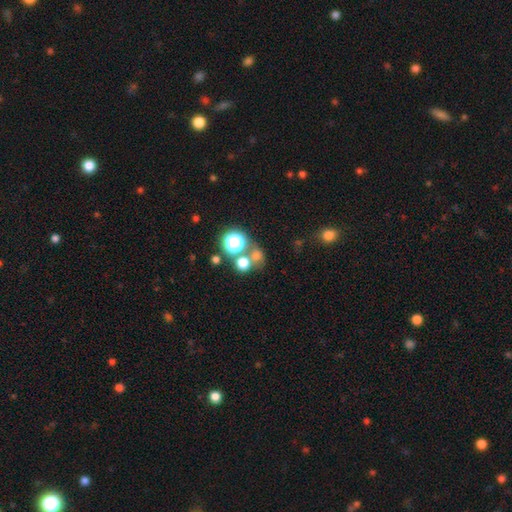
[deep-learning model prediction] smooth_or_featured: smooth (p=0.63) [alt: star or artifact p=0.27]
how_rounded: round (p=0.81) [alt: in between p=0.17]
merging: none (p=0.55) [alt: merger p=0.32]